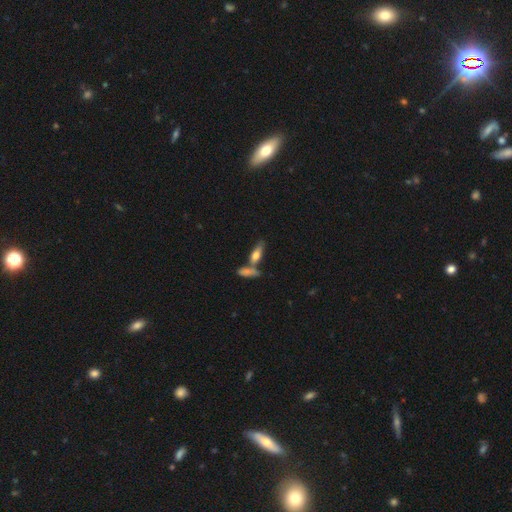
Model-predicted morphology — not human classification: smooth 59%, featured or disk 33%, star or artifact 8%. Down the decision tree: how rounded — in between (53%); merging — none (53%).